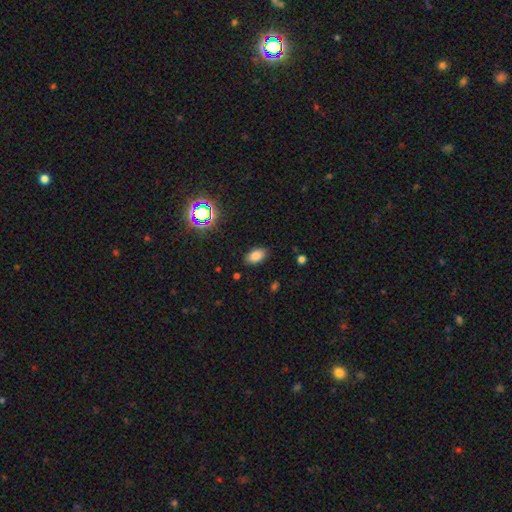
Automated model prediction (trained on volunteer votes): A smooth galaxy with no disk features (80%) that is in between round and cigar-shaped (92%). Merging: none (87%).